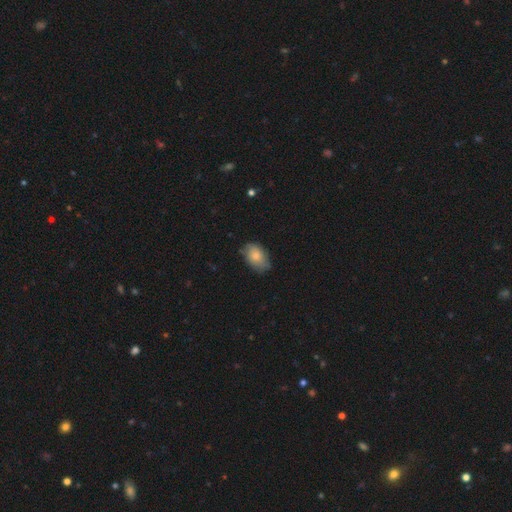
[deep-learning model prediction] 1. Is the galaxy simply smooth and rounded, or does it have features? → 76% smooth, 16% featured or disk, 7% star or artifact.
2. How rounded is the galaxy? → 87% in between, 12% round, 1% cigar-shaped.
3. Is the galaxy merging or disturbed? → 63% none, 30% minor disturbance, 5% major disturbance, 1% merger.